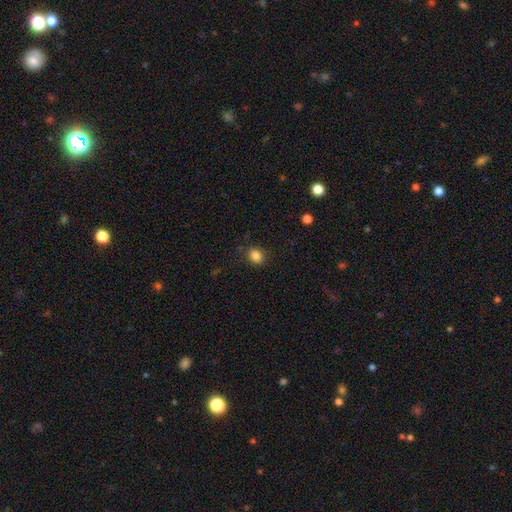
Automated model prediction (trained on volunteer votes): Smooth or featured? smooth (85%)
How rounded? round (50%)
Merging? none (84%)